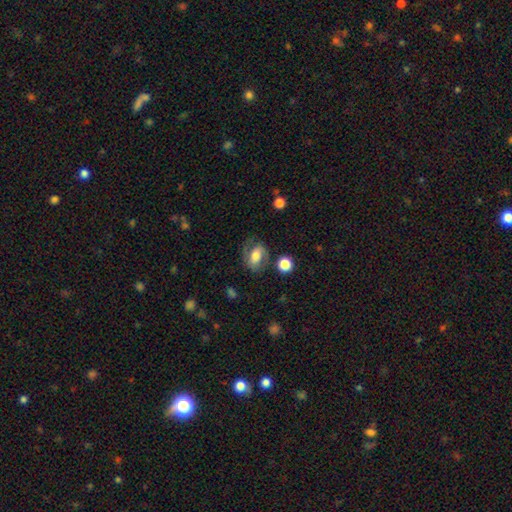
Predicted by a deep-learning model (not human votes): Morphology: type=smooth (49%); merging=none (61%).